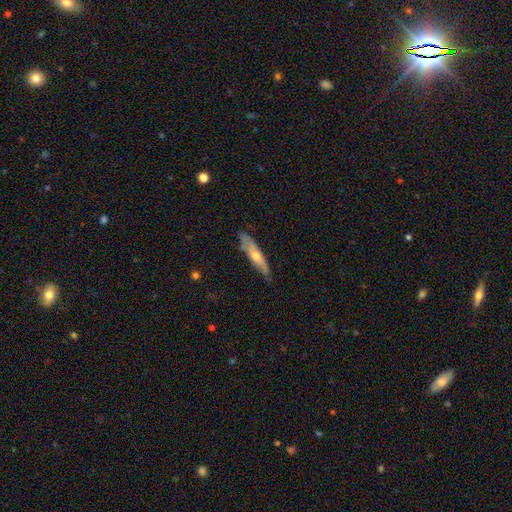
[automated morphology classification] smooth-or-featured: featured or disk: 49% | smooth: 45% | star or artifact: 6%
  merging: none: 71% | minor disturbance: 23% | major disturbance: 4% | merger: 2%